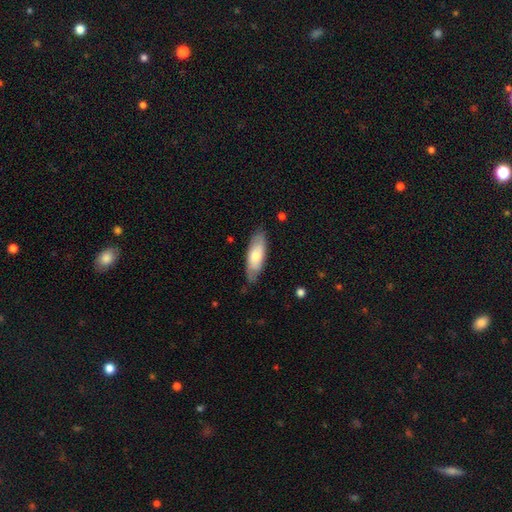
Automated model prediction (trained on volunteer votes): Smooth or featured? Predicted: smooth (p=0.69). How rounded? Predicted: in between (p=0.65). Merging? Predicted: none (p=0.79).